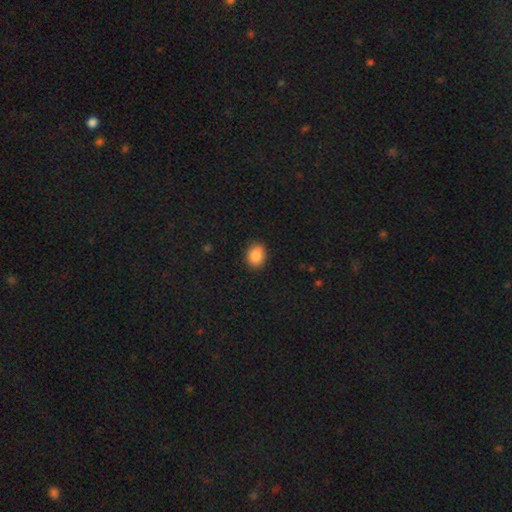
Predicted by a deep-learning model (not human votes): Smooth or featured? Predicted: smooth (p=0.87). How rounded? Predicted: in between (p=0.51). Merging? Predicted: none (p=0.85).